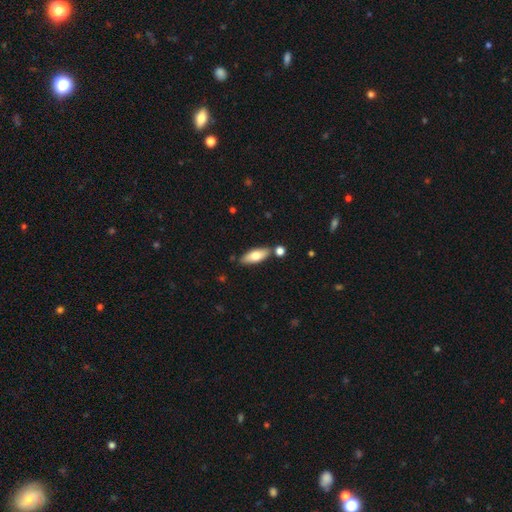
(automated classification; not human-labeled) Smooth or featured? Predicted: smooth (p=0.71). How rounded? Predicted: in between (p=0.69). Merging? Predicted: none (p=0.78).